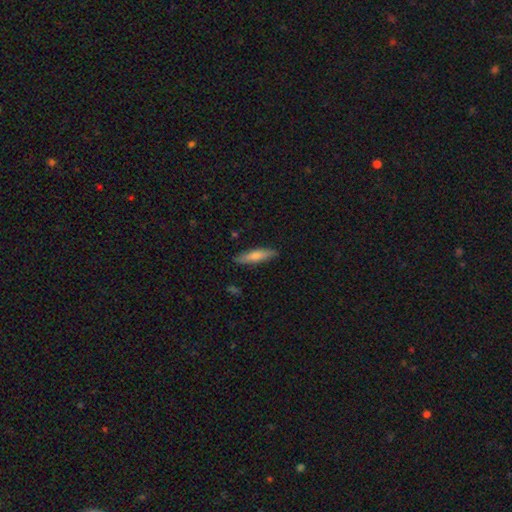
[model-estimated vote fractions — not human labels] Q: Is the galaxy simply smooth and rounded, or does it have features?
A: smooth — 72%.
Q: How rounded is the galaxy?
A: cigar-shaped — 77%.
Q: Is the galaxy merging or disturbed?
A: none — 87%.